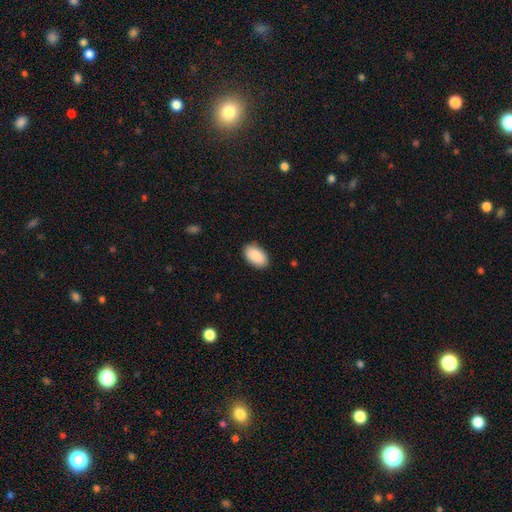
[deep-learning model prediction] Smooth or featured?
  - smooth: 90% *
  - star or artifact: 6%
  - featured or disk: 4%
How rounded?
  - in between: 94% *
  - round: 4%
  - cigar-shaped: 1%
Merging?
  - none: 88% *
  - minor disturbance: 9%
  - major disturbance: 2%
  - merger: 1%